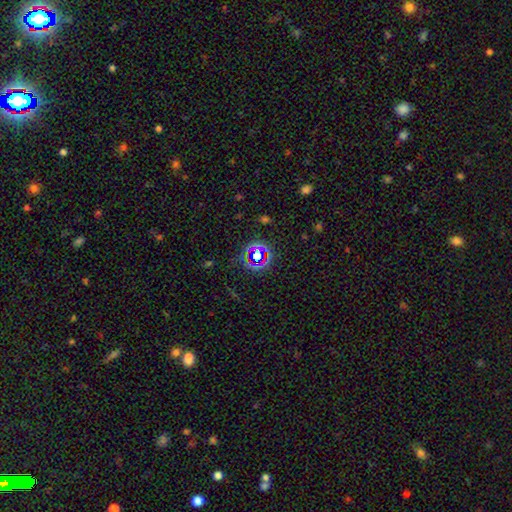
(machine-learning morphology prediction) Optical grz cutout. It shows a star or artifact, not a galaxy (64%).